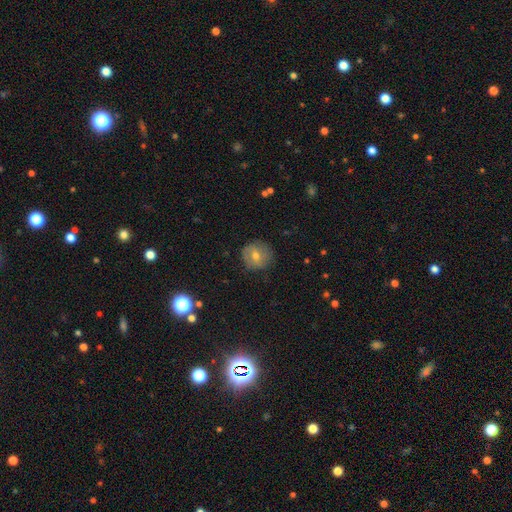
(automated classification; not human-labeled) Morphology: type=smooth (49%); merging=none (84%).